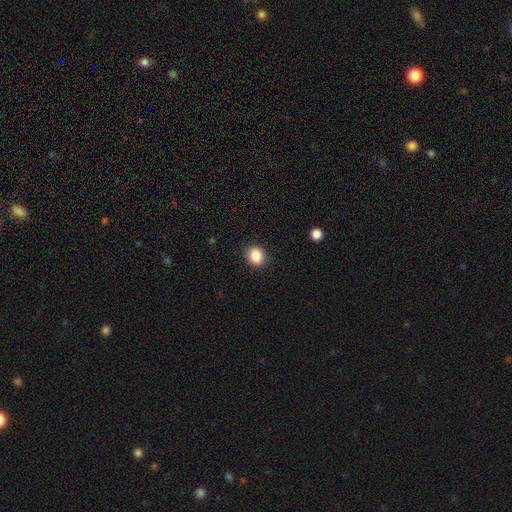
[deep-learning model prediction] smooth_or_featured: smooth (p=0.87) [alt: star or artifact p=0.10]
how_rounded: round (p=0.75) [alt: in between p=0.25]
merging: none (p=0.90) [alt: minor disturbance p=0.07]